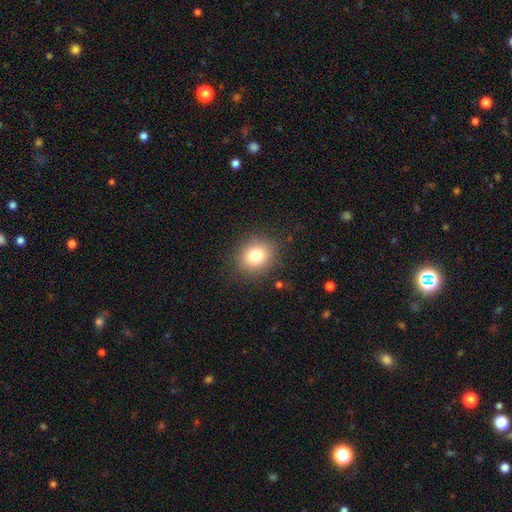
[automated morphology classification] Smooth or featured? smooth (79%)
How rounded? round (70%)
Merging? none (87%)